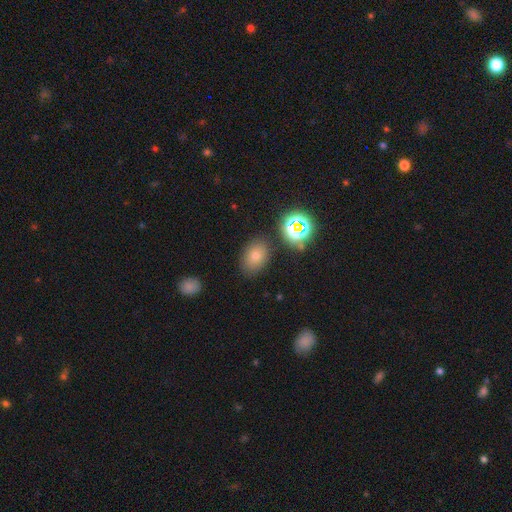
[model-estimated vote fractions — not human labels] The model was most divided on "smooth or featured": smooth: 67%, star or artifact: 21%, featured or disk: 12%. More confident: merging — none (83%); how rounded — in between (76%).